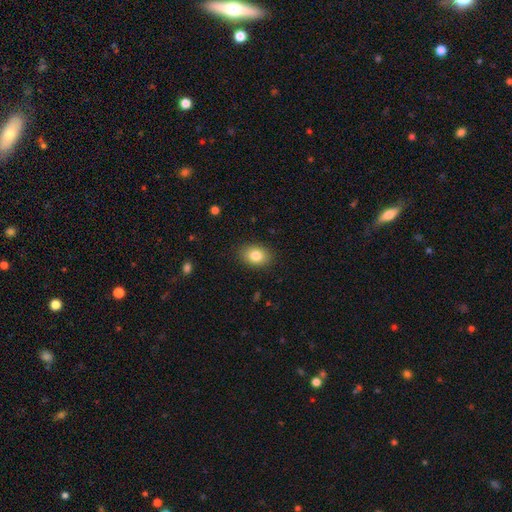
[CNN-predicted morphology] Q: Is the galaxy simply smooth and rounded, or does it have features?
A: smooth — 83%.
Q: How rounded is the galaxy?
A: in between — 71%.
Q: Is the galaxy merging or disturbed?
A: none — 88%.